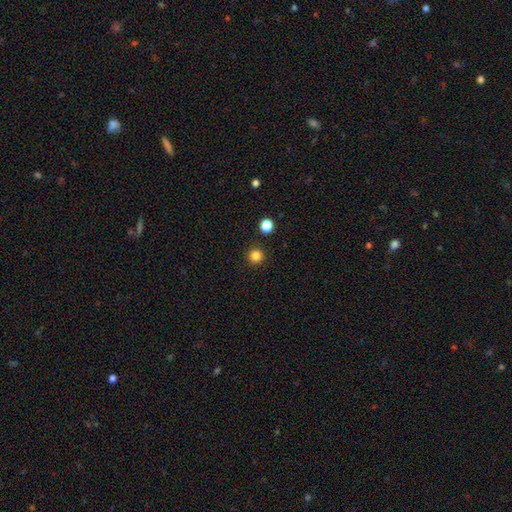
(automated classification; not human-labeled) A smooth galaxy with no disk features (84%) that is round (95%).

Vote fractions:
- Smooth or featured? smooth: 84% / star or artifact: 13% / featured or disk: 4%
- How rounded? round: 95% / in between: 4% / cigar-shaped: 1%
- Merging? none: 92% / minor disturbance: 5% / merger: 2% / major disturbance: 2%